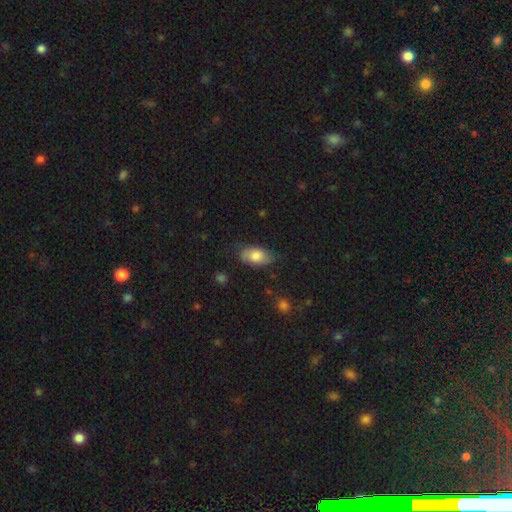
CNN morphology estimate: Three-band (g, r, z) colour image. It shows a smooth galaxy with no disk features (80%) that is in between round and cigar-shaped (91%). Merging: none (73%).